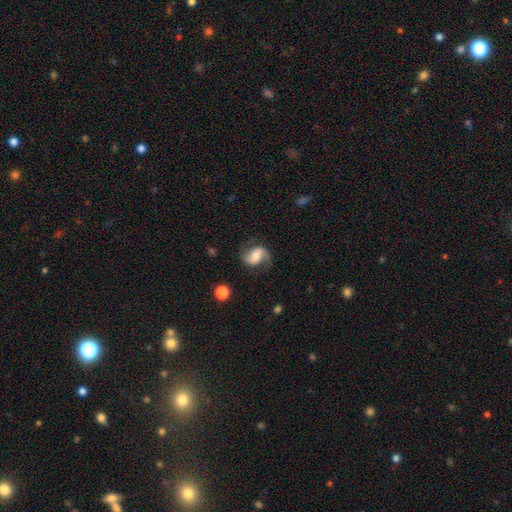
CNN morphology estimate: Overall: featured or disk (79%). Edge-on disk: no (98%). Bar: no (52%; weak 37%). Spiral arms: yes (96%). Spiral arm count: 2 (90%). Spiral winding: loose (44%; medium 43%). Bulge size: moderate (57%; small 24%). Merging: none (75%).